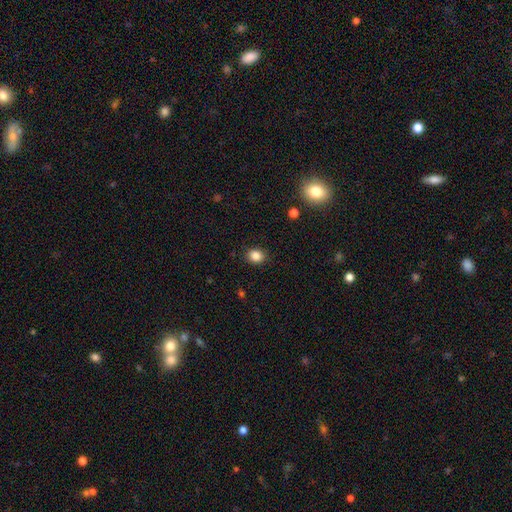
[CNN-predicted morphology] smooth-or-featured: smooth: 85% | star or artifact: 10% | featured or disk: 4%
  how-rounded: round: 57% | in between: 42% | cigar-shaped: 1%
  merging: none: 88% | minor disturbance: 9% | major disturbance: 2% | merger: 1%